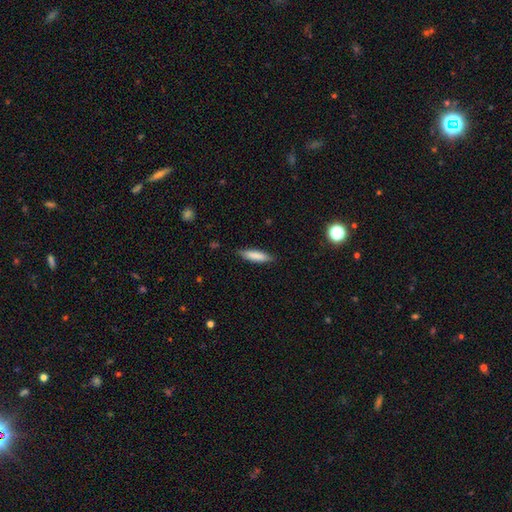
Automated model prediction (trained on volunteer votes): smooth_or_featured: smooth (p=0.82) [alt: featured or disk p=0.12]
how_rounded: cigar-shaped (p=0.71) [alt: in between p=0.28]
merging: none (p=0.84) [alt: minor disturbance p=0.12]